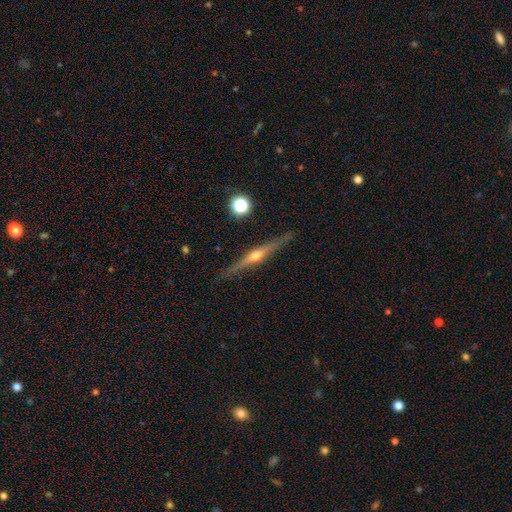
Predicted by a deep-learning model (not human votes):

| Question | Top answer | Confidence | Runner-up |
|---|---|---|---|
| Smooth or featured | featured or disk | 76% | smooth (18%) |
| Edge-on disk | yes | 97% | no (3%) |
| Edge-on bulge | rounded | 90% | none (7%) |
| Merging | none | 88% | minor disturbance (9%) |